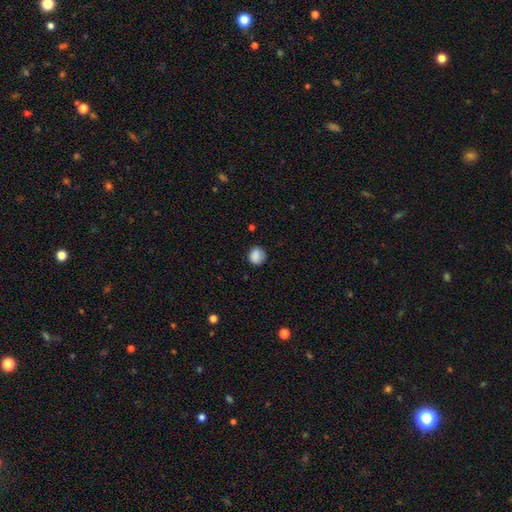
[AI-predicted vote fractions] Q: Smooth or featured?
A: smooth (86%); runner-up: star or artifact (9%)
Q: How rounded?
A: round (77%); runner-up: in between (22%)
Q: Merging?
A: none (73%); runner-up: minor disturbance (20%)